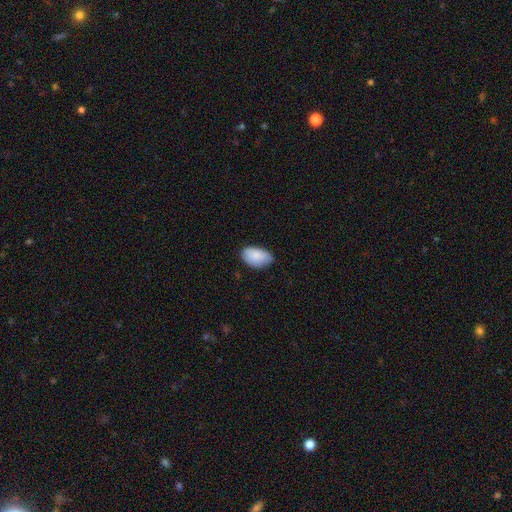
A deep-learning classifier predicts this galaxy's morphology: This is clearly a smooth galaxy (88%). How rounded: clearly in between (94%). Merging: likely none (72%).